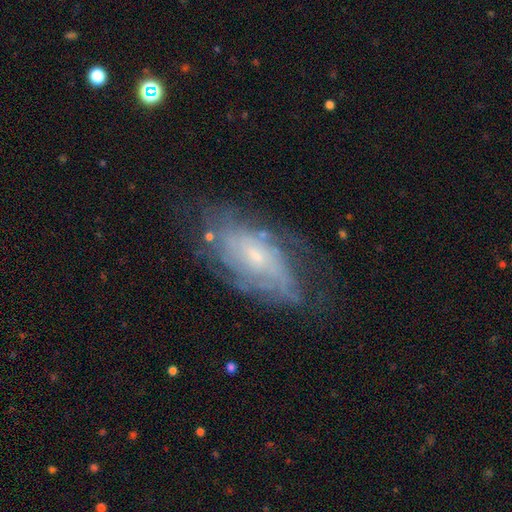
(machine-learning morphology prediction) Smooth or featured: featured or disk — 74% (smooth — 18%)
Edge-on disk: no — 92% (yes — 8%)
Bar: no — 71% (weak — 25%)
Spiral arms: yes — 83% (no — 17%)
Spiral winding: tight — 60% (medium — 30%)
Spiral arm count: can't tell — 59% (2 — 14%)
Bulge size: small — 71% (moderate — 22%)
Merging: none — 64% (minor disturbance — 23%)